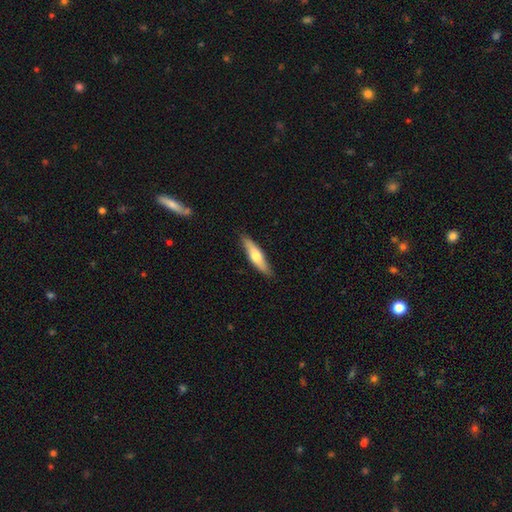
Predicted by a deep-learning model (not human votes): This is possibly a smooth galaxy (57%). How rounded: likely cigar-shaped (75%). Merging: clearly none (87%).